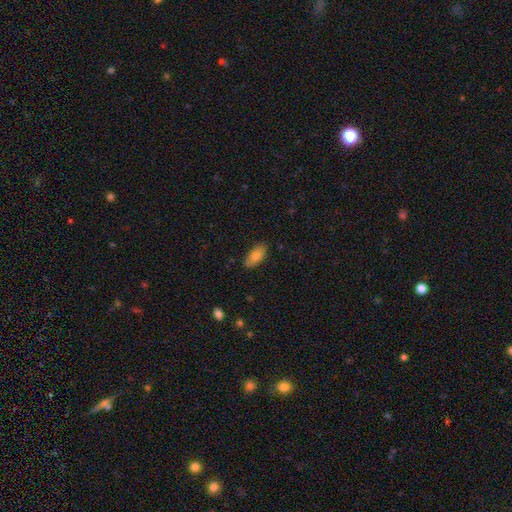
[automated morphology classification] Overall: smooth (79%). How rounded: in between (90%). Merging: none (82%).